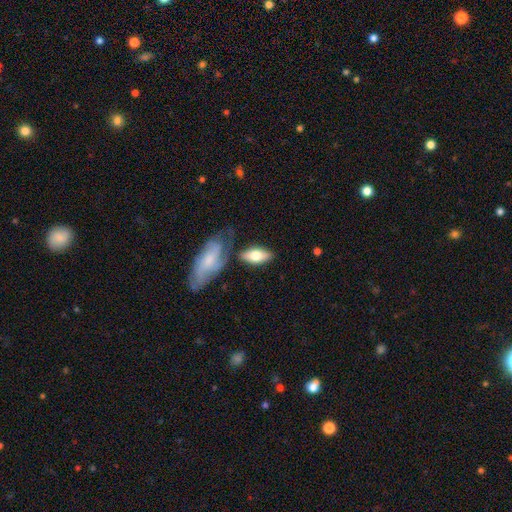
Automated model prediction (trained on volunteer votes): Q: Smooth or featured?
A: smooth (63%); runner-up: featured or disk (31%)
Q: How rounded?
A: in between (80%); runner-up: cigar-shaped (17%)
Q: Merging?
A: none (63%); runner-up: minor disturbance (17%)